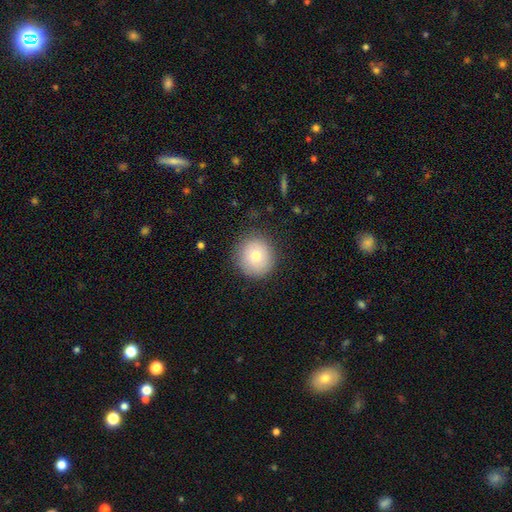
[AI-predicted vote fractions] Overall: smooth (75%). How rounded: round (90%). Merging: none (85%).